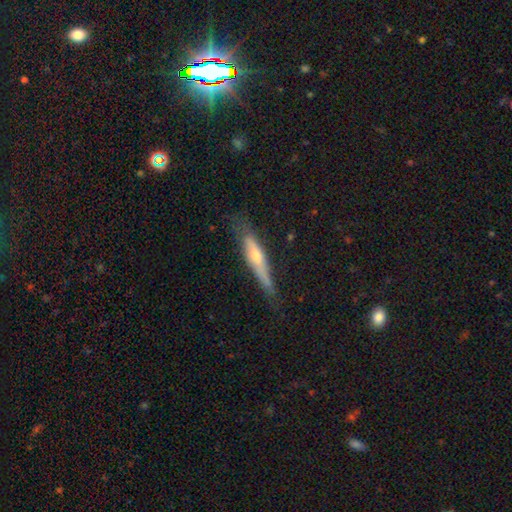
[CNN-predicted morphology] The model was most divided on "smooth or featured": featured or disk: 51%, smooth: 43%, star or artifact: 6%. More confident: edge-on disk — yes (83%); merging — none (62%).